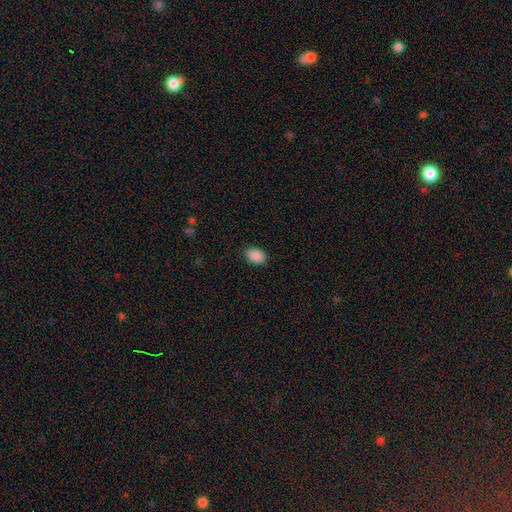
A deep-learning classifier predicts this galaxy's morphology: Q: Smooth or featured?
A: smooth (90%); runner-up: star or artifact (8%)
Q: How rounded?
A: in between (82%); runner-up: round (17%)
Q: Merging?
A: none (88%); runner-up: minor disturbance (9%)